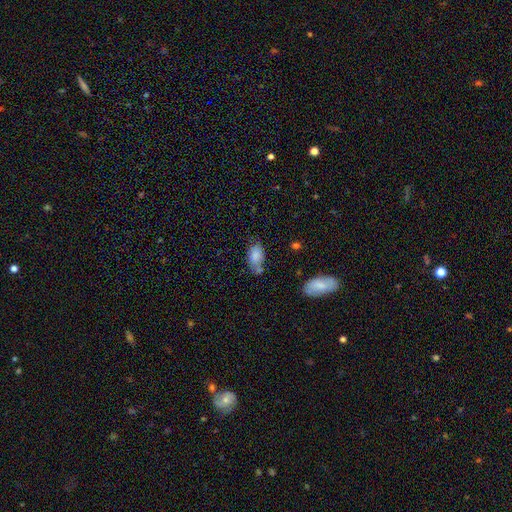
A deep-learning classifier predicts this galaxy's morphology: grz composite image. It shows a smooth galaxy with no disk features (81%) that is in between round and cigar-shaped (90%). Merging: none (47%).